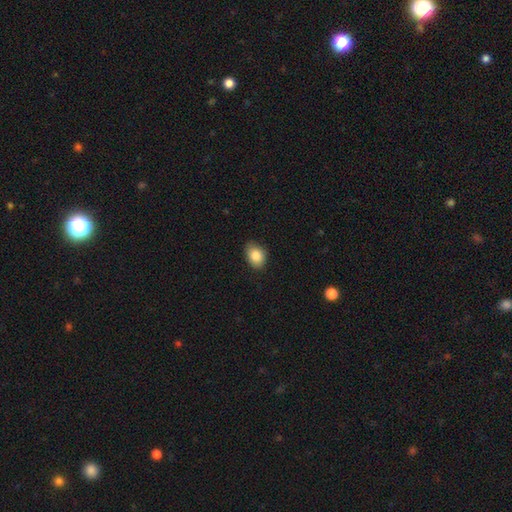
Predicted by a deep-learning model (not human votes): This is clearly a smooth galaxy (86%). How rounded: likely in between (73%). Merging: likely none (79%).